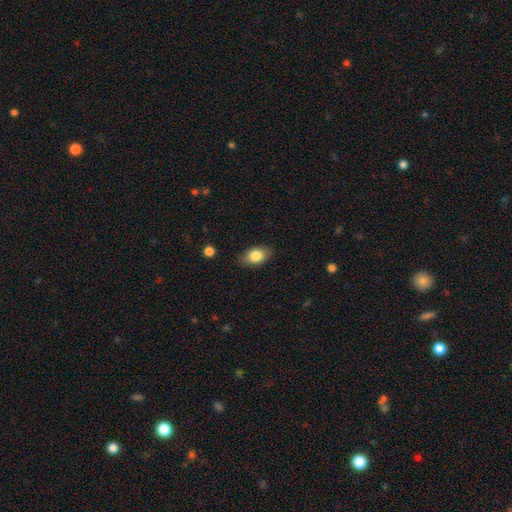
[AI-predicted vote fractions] This appears to be a smooth galaxy with no disk features (81%) that is in between round and cigar-shaped (87%). Merging: none (83%).